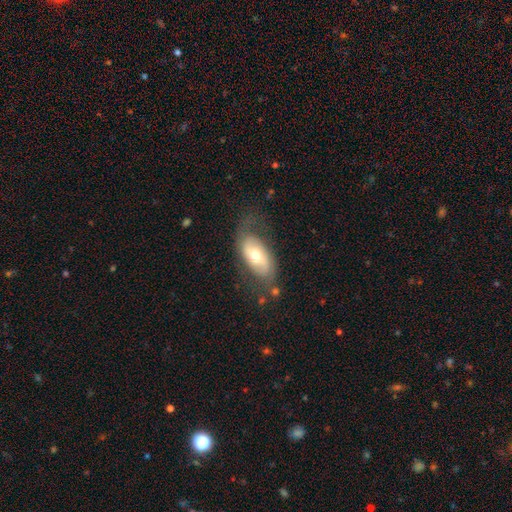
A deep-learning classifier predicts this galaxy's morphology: Smooth or featured: featured or disk — 50% (smooth — 44%)
Merging: none — 58% (minor disturbance — 24%)